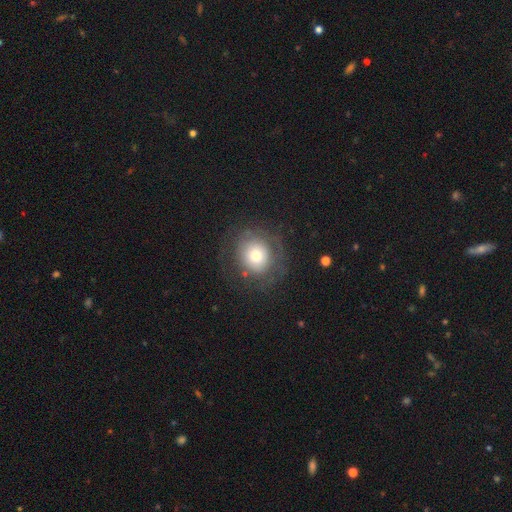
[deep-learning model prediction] smooth 60%, featured or disk 30%, star or artifact 10%. Down the decision tree: how rounded — round (83%); merging — none (70%).